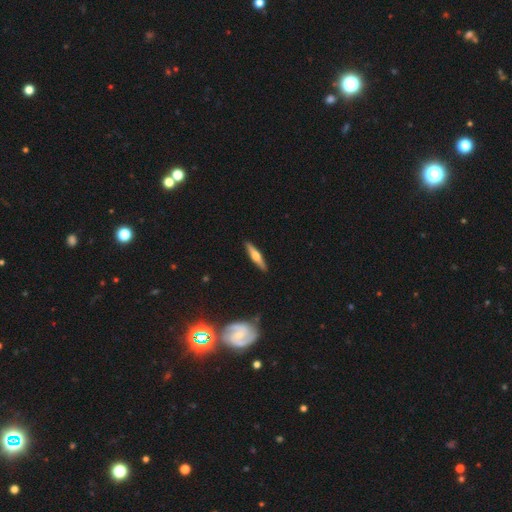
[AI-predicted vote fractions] Morphology: type=featured or disk (56%); edge-on=yes (94%); edge-on bulge=rounded (92%); merging=none (90%).